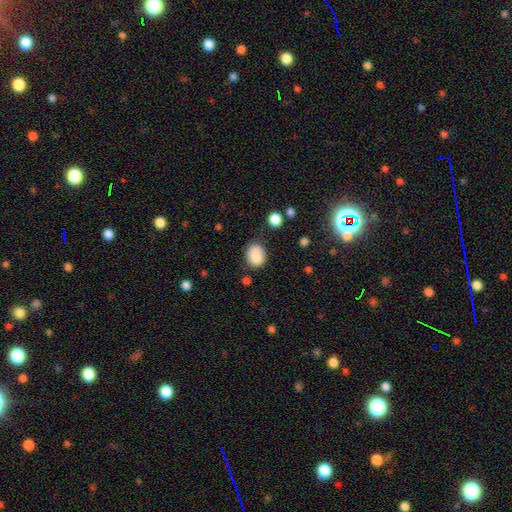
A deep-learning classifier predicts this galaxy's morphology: The model was most divided on "how rounded": in between: 53%, round: 46%, cigar-shaped: 1%. More confident: smooth or featured — smooth (84%); merging — none (65%).